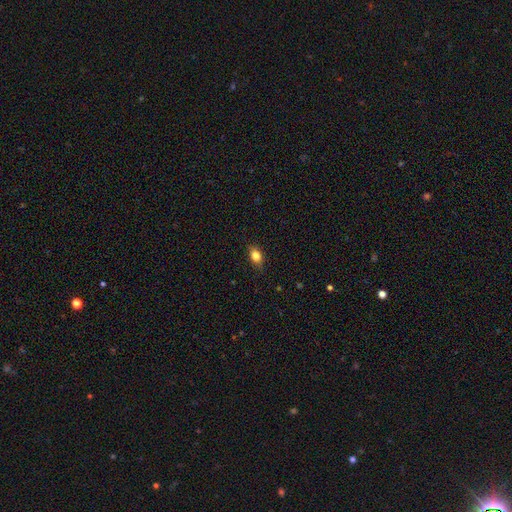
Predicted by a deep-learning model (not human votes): This appears to be a smooth galaxy with no disk features (83%) that is in between round and cigar-shaped (76%). Merging: none (82%).